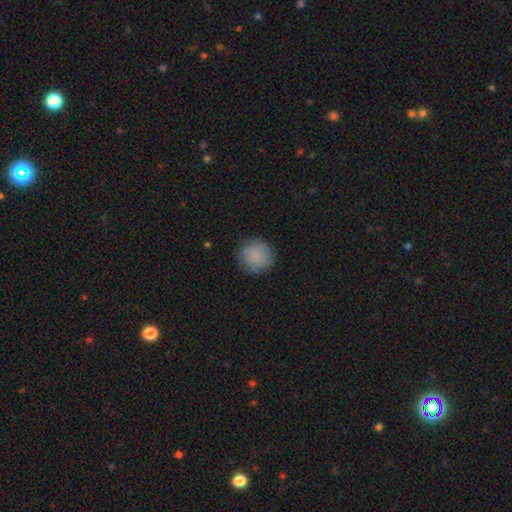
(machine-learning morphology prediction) smooth 85%, star or artifact 8%, featured or disk 6%. Down the decision tree: how rounded — round (93%); merging — none (87%).